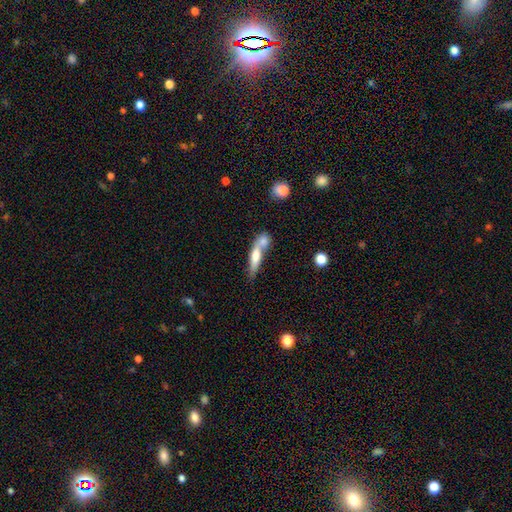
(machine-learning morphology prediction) This appears to be a smooth galaxy with no disk features (64%) that is cigar-shaped (67%). Merging: merger (53%).